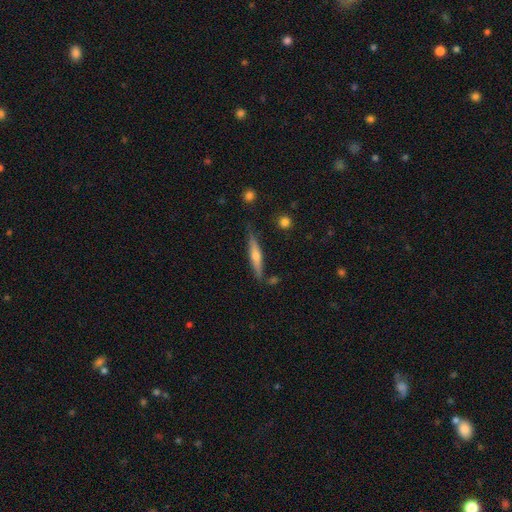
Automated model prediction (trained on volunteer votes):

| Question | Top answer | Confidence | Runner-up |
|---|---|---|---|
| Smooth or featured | featured or disk | 58% | smooth (36%) |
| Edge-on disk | yes | 95% | no (5%) |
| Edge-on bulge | rounded | 81% | none (14%) |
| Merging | none | 83% | minor disturbance (12%) |